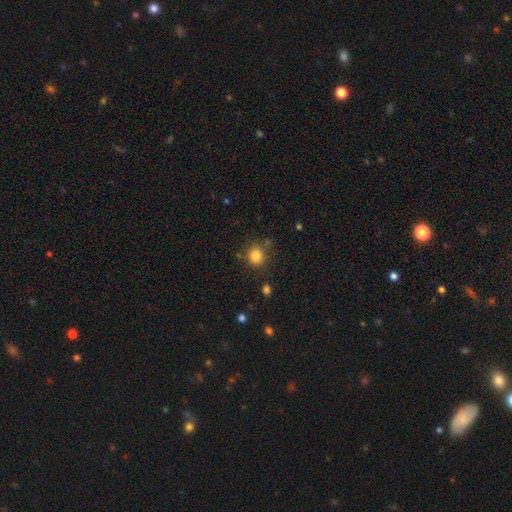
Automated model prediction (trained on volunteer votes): Smooth or featured? smooth (83%)
How rounded? round (86%)
Merging? none (80%)